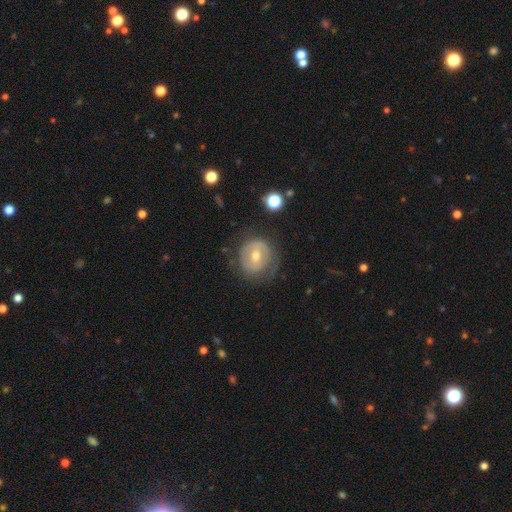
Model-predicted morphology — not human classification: featured or disk 57%, smooth 36%, star or artifact 7%. Down the decision tree: edge-on disk — no (96%); bar — no (45%); spiral arms — no (58%); bulge size — moderate (70%); merging — none (64%).